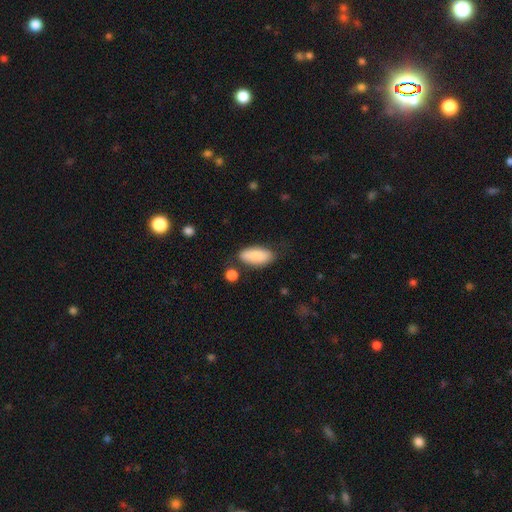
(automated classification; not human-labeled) Smooth or featured?
  - smooth: 85% *
  - featured or disk: 9%
  - star or artifact: 6%
How rounded?
  - in between: 88% *
  - cigar-shaped: 10%
  - round: 2%
Merging?
  - none: 73% *
  - minor disturbance: 17%
  - merger: 6%
  - major disturbance: 4%